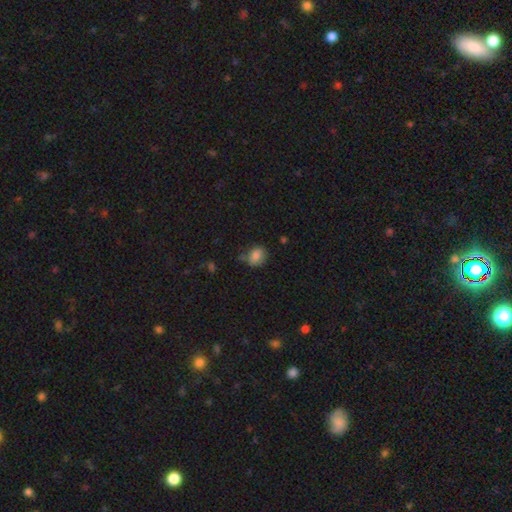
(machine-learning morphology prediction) This appears to be a smooth galaxy with no disk features (83%) that is round (51%). Merging: none (68%).